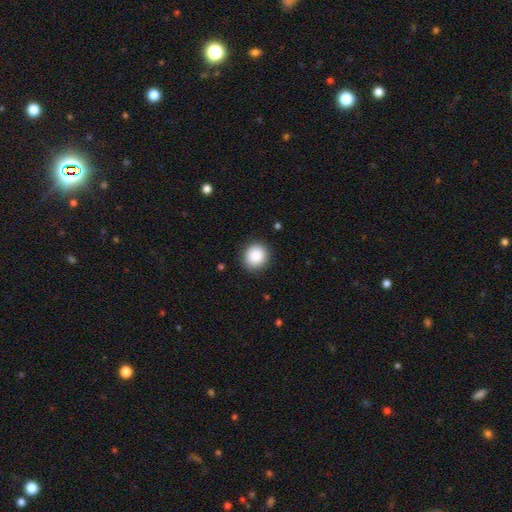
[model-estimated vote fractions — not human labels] This appears to be a smooth galaxy with no disk features (88%) that is round (88%). Merging: none (90%).